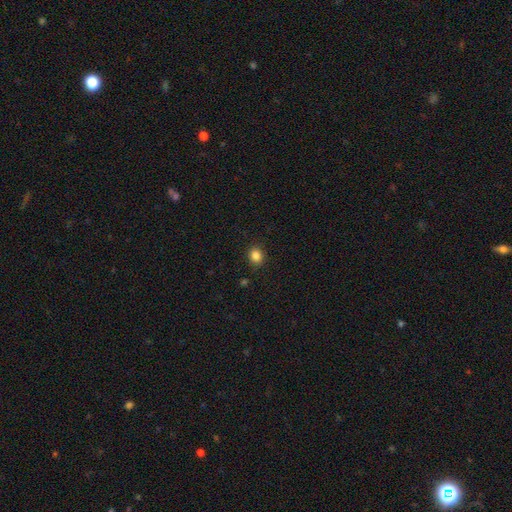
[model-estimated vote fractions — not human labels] Morphology: type=smooth (85%); roundness=round (70%); merging=none (89%).